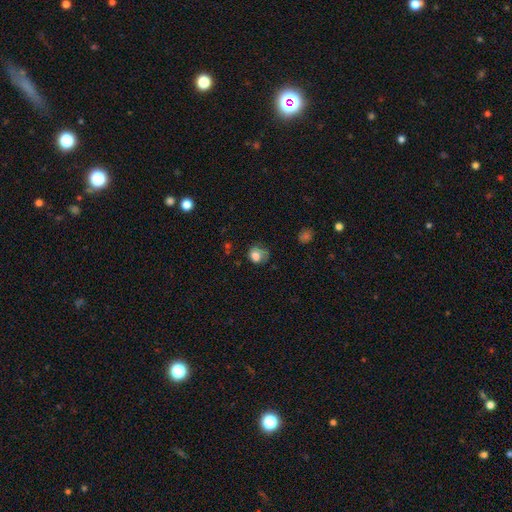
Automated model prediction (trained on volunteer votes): smooth-or-featured: smooth: 77% | featured or disk: 13% | star or artifact: 10%
  how-rounded: round: 61% | in between: 38% | cigar-shaped: 1%
  merging: none: 42% | minor disturbance: 32% | major disturbance: 23% | merger: 4%